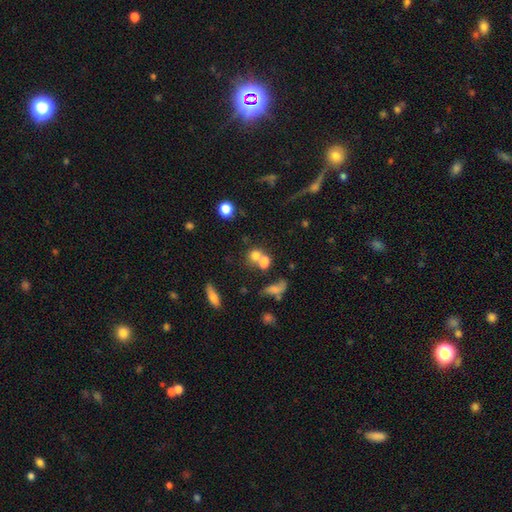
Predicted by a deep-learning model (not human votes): Overall: smooth (72%). How rounded: round (74%). Merging: merger (47%; none 39%).